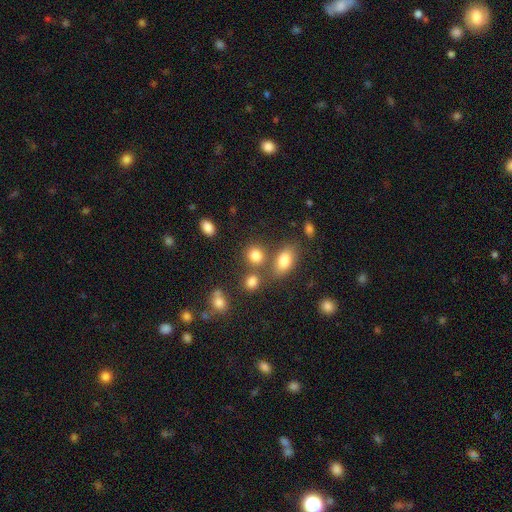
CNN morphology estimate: Smooth or featured? Predicted: smooth (p=0.80). How rounded? Predicted: round (p=0.71). Merging? Predicted: none (p=0.63).